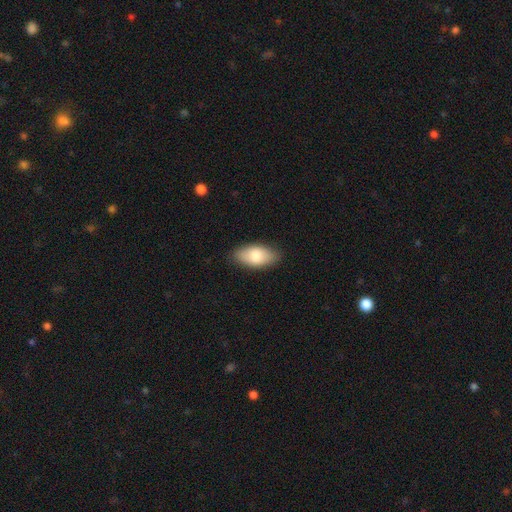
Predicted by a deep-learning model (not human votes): Smooth or featured? Predicted: smooth (p=0.80). How rounded? Predicted: in between (p=0.92). Merging? Predicted: none (p=0.85).